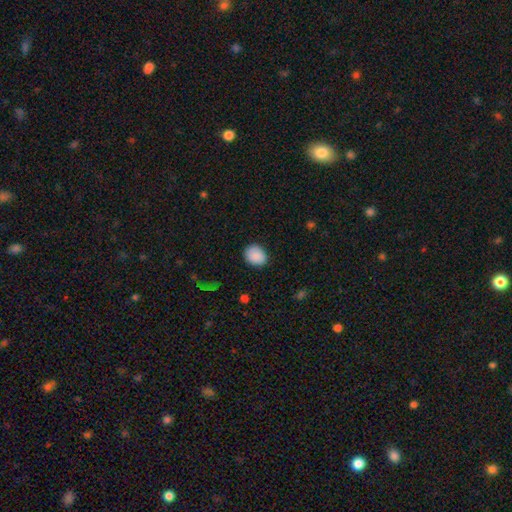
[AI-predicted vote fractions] Smooth or featured: smooth — 88% (star or artifact — 8%)
How rounded: round — 62% (in between — 37%)
Merging: none — 84% (minor disturbance — 12%)